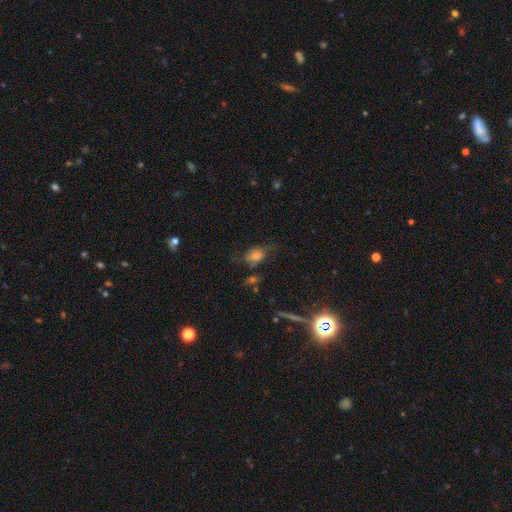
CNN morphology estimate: Q: Smooth or featured?
A: smooth (58%); runner-up: featured or disk (30%)
Q: How rounded?
A: in between (65%); runner-up: round (32%)
Q: Merging?
A: none (44%); runner-up: minor disturbance (26%)